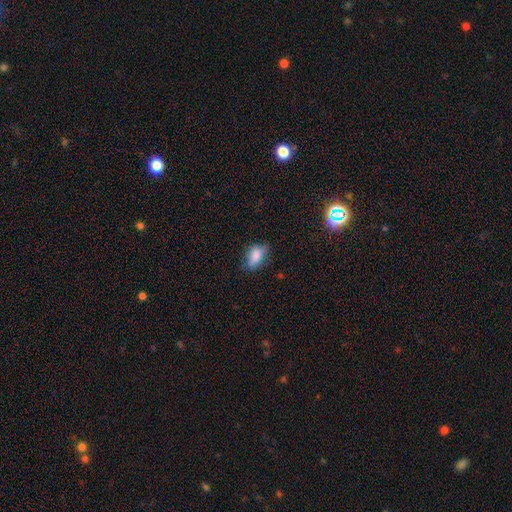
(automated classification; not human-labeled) Morphology: type=smooth (80%); roundness=in between (85%); merging=none (66%).